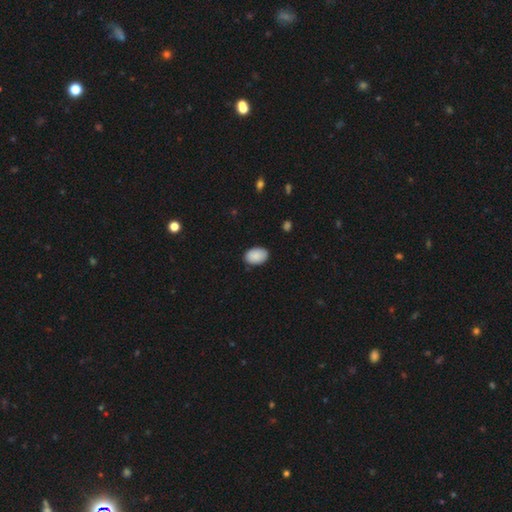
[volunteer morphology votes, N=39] Smooth or featured? smooth (90%)
How rounded? in between (91%)
Merging? none (92%)